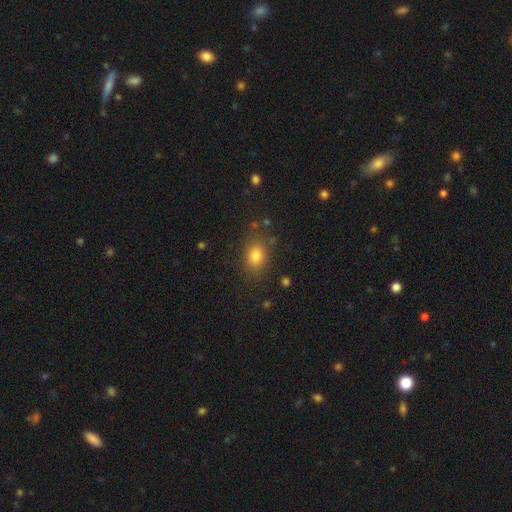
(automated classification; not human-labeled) smooth-or-featured: smooth: 80% | star or artifact: 12% | featured or disk: 8%
  how-rounded: in between: 69% | round: 30% | cigar-shaped: 1%
  merging: none: 81% | minor disturbance: 12% | major disturbance: 4% | merger: 3%